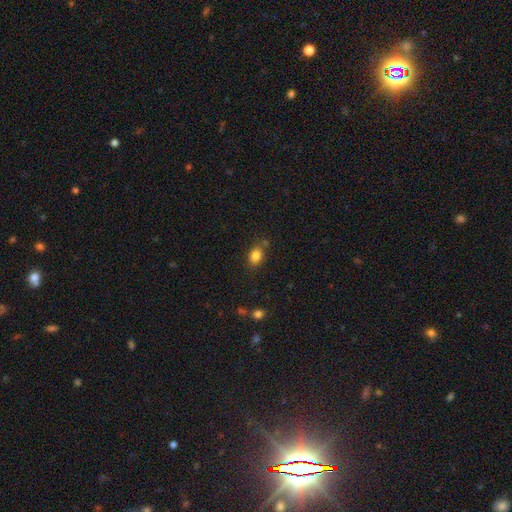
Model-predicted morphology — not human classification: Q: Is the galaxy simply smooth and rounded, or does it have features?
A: smooth — 84%.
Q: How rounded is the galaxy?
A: in between — 66%.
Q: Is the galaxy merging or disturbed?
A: none — 74%.